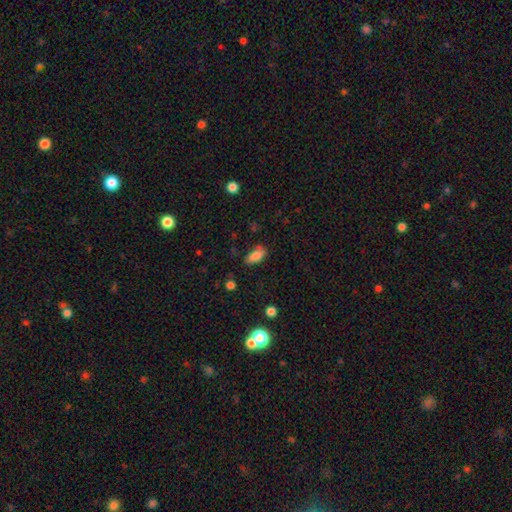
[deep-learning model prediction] Q: Smooth or featured?
A: smooth (84%); runner-up: star or artifact (9%)
Q: How rounded?
A: in between (87%); runner-up: cigar-shaped (11%)
Q: Merging?
A: none (67%); runner-up: minor disturbance (25%)